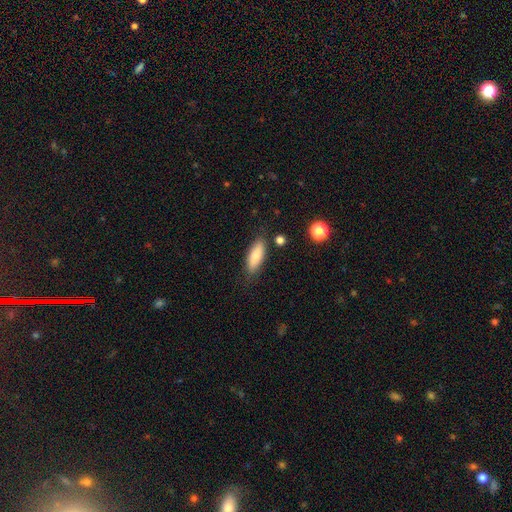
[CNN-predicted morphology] smooth-or-featured: smooth: 79% | featured or disk: 14% | star or artifact: 7%
  how-rounded: in between: 65% | cigar-shaped: 33% | round: 2%
  merging: none: 81% | minor disturbance: 13% | major disturbance: 3% | merger: 3%